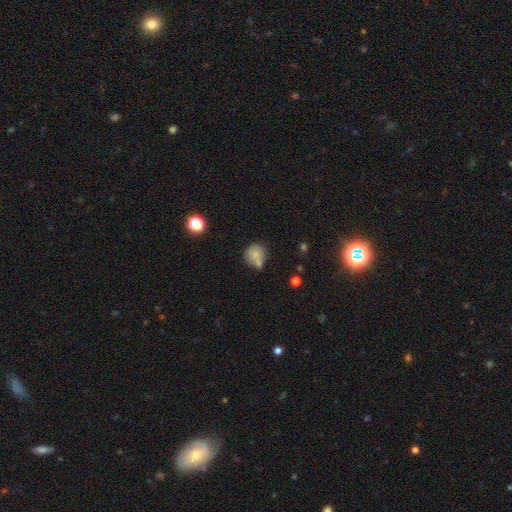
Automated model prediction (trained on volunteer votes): smooth 75%, featured or disk 14%, star or artifact 11%. Down the decision tree: how rounded — round (80%); merging — none (47%).